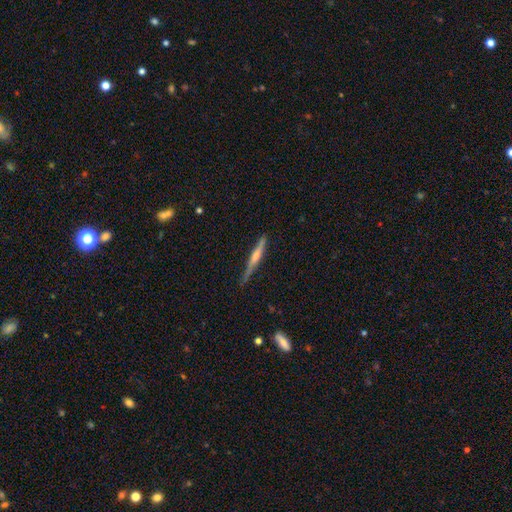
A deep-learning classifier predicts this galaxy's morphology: Smooth or featured: featured or disk — 70% (smooth — 23%)
Edge-on disk: yes — 97% (no — 3%)
Edge-on bulge: rounded — 78% (none — 14%)
Merging: none — 83% (minor disturbance — 13%)